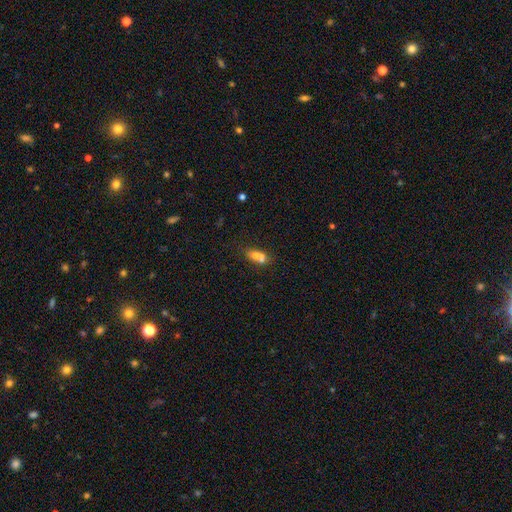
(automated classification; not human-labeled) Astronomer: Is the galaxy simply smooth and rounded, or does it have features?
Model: smooth — 68%.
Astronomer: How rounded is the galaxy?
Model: in between — 71%.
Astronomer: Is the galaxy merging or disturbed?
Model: merger — 44% (runner-up: none, 38%).